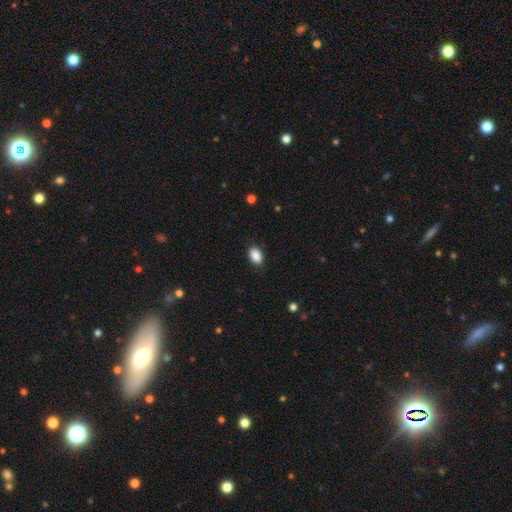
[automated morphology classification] Smooth or featured? smooth (89%)
How rounded? in between (90%)
Merging? none (87%)